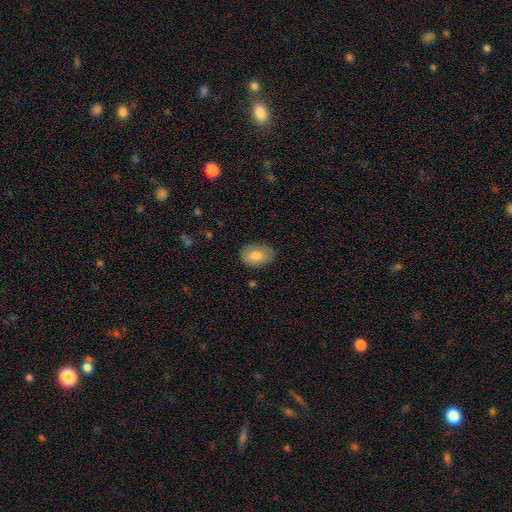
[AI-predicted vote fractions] smooth-or-featured: smooth: 77% | featured or disk: 16% | star or artifact: 7%
  how-rounded: in between: 83% | round: 15% | cigar-shaped: 1%
  merging: none: 83% | minor disturbance: 13% | major disturbance: 3% | merger: 1%